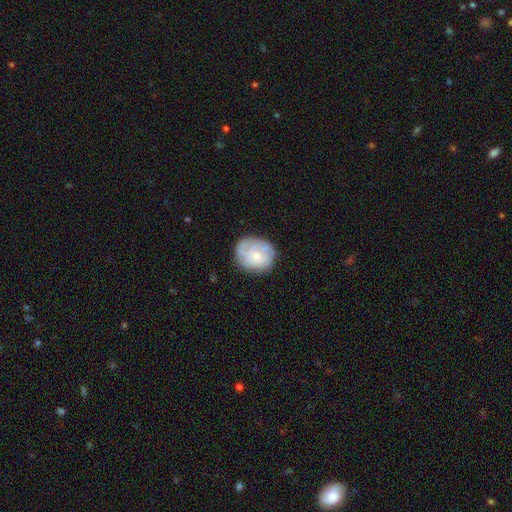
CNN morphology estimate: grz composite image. It shows a featured or disk galaxy (55%) with no bar (81%), spiral arms (80%) and a small central bulge (61%). Merging: none (73%).